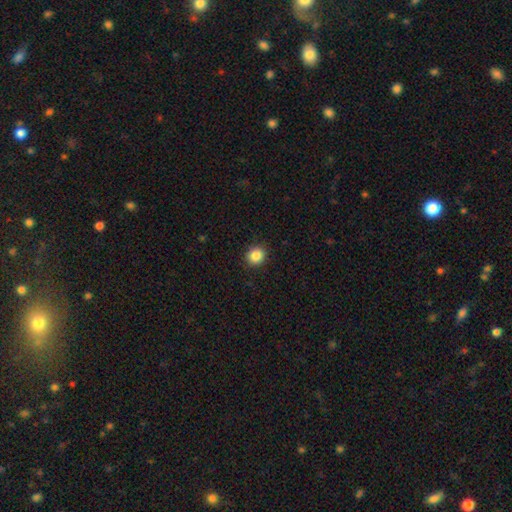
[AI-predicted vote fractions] A smooth galaxy with no disk features (86%) that is round (82%). Merging: none (91%).